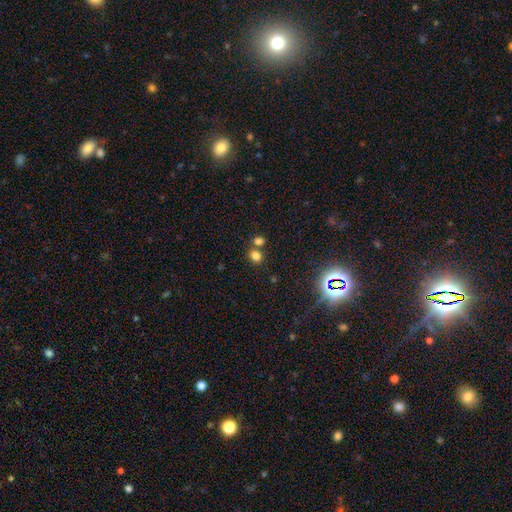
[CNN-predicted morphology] Smooth or featured? smooth (77%)
How rounded? round (69%)
Merging? none (58%)